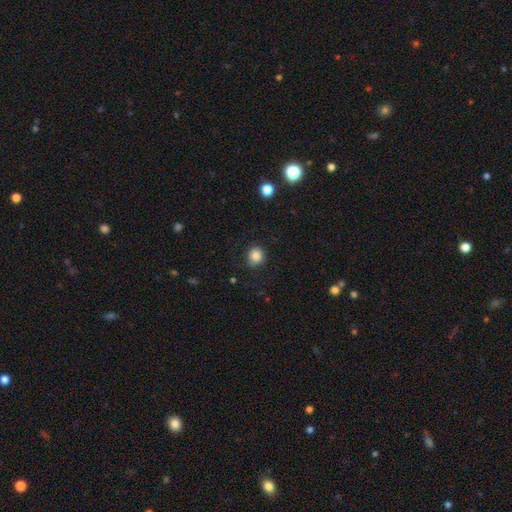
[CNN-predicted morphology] The model was most divided on "how rounded": round: 84%, in between: 15%, cigar-shaped: 1%. More confident: smooth or featured — smooth (86%); merging — none (82%).